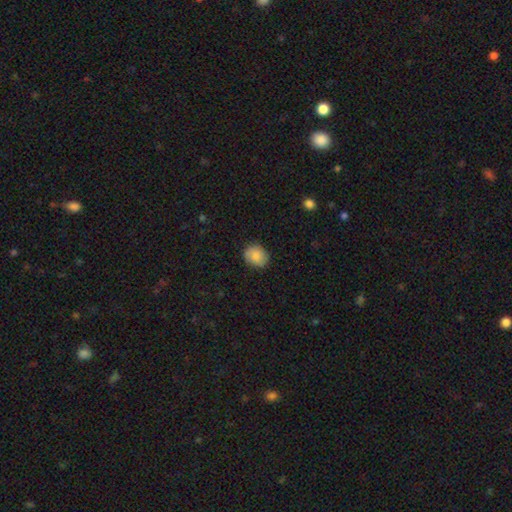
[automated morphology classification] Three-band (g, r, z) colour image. It shows a smooth galaxy with no disk features (84%) that is round (59%). Merging: none (85%).